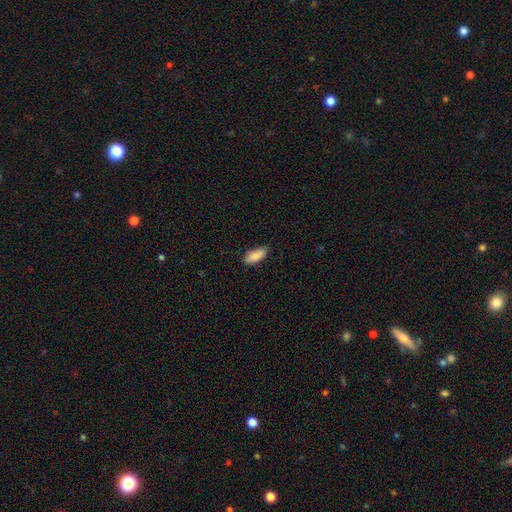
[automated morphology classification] Overall: smooth (89%). How rounded: in between (82%). Merging: none (84%).